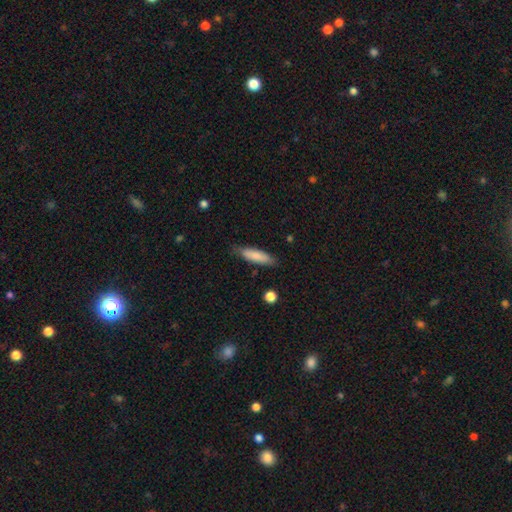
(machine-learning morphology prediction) Overall: smooth (81%). How rounded: cigar-shaped (63%; in between 36%). Merging: none (80%).